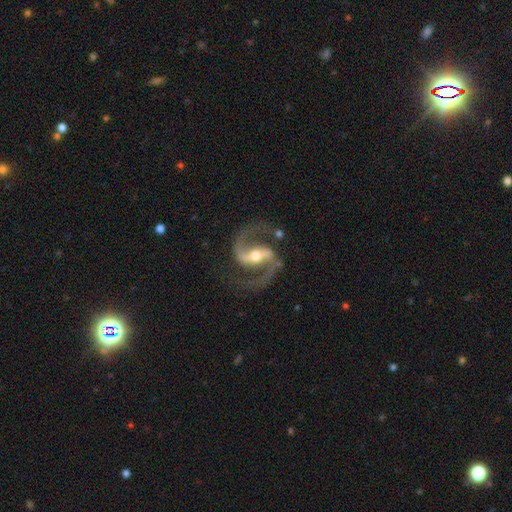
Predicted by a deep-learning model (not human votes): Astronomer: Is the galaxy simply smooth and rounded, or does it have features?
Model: featured or disk — 93%.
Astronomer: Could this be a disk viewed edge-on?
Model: no — 98%.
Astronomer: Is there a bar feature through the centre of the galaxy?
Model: strong — 56%.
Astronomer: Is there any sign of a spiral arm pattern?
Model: yes — 98%.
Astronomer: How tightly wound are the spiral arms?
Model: medium — 64%.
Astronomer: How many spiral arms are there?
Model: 2 — 94%.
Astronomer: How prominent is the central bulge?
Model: moderate — 61%.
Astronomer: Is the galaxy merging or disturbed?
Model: none — 81%.